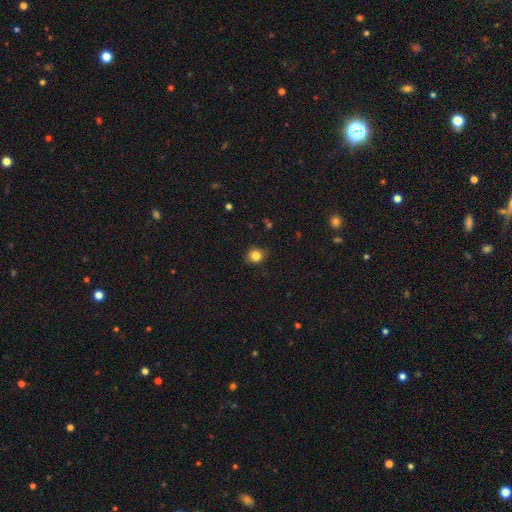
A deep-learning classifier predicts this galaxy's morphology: Smooth or featured: smooth — 83% (star or artifact — 11%)
How rounded: round — 84% (in between — 15%)
Merging: none — 84% (minor disturbance — 12%)